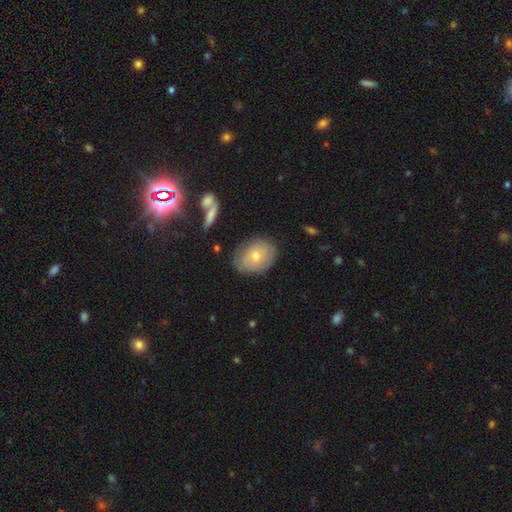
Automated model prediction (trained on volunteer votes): smooth_or_featured: smooth (p=0.56) [alt: featured or disk p=0.33]
how_rounded: in between (p=0.64) [alt: round p=0.35]
merging: none (p=0.76) [alt: minor disturbance p=0.17]